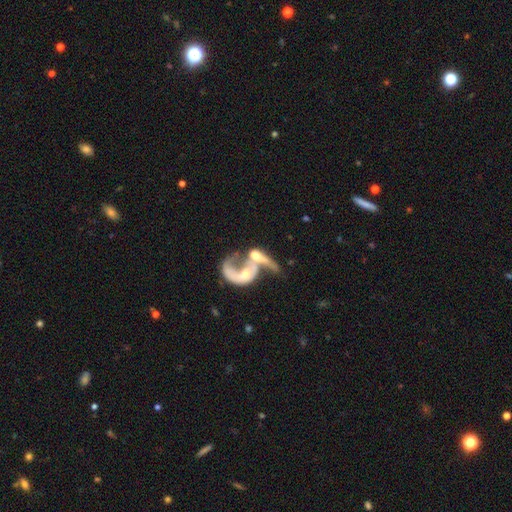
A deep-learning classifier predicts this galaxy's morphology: A featured or disk galaxy (72%) with no bar (71%), spiral arms (60%) and a moderate central bulge (42%). Merging: merger (66%).